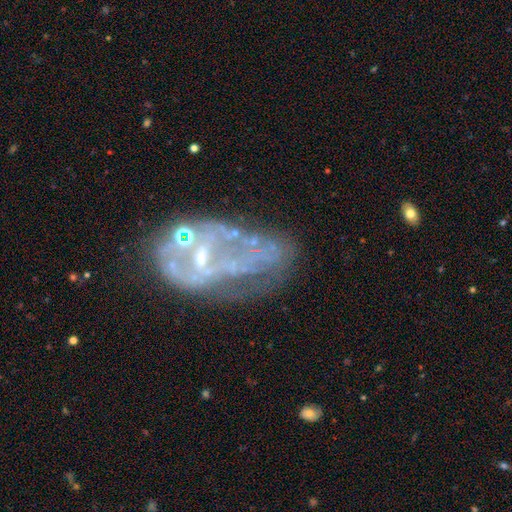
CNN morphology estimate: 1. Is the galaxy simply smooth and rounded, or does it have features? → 70% featured or disk, 16% smooth, 14% star or artifact.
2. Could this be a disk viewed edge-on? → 97% no, 3% yes.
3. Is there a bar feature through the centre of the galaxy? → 72% no, 20% weak, 8% strong.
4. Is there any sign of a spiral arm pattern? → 77% no, 23% yes.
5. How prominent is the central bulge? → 42% none, 38% small, 17% moderate, 2% large, 1% dominant.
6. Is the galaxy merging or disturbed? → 35% major disturbance, 29% none, 20% minor disturbance, 17% merger.